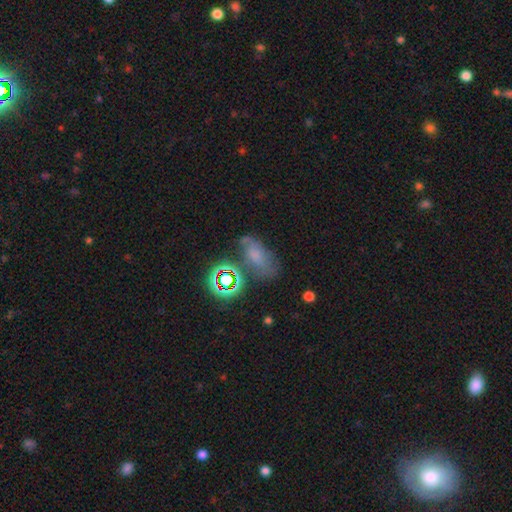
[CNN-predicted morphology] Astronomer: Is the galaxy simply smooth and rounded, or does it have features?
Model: smooth — 49% (runner-up: star or artifact, 27%).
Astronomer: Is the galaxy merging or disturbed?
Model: none — 50%.